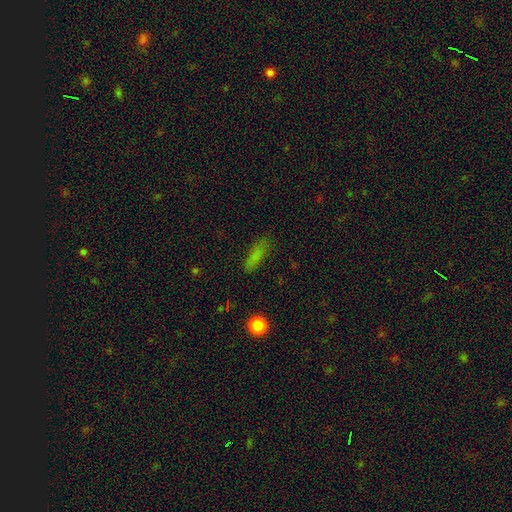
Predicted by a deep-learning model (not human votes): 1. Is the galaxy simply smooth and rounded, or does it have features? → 75% smooth, 15% star or artifact, 10% featured or disk.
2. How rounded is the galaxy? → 53% cigar-shaped, 43% in between, 4% round.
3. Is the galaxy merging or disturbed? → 80% none, 14% minor disturbance, 4% major disturbance, 2% merger.